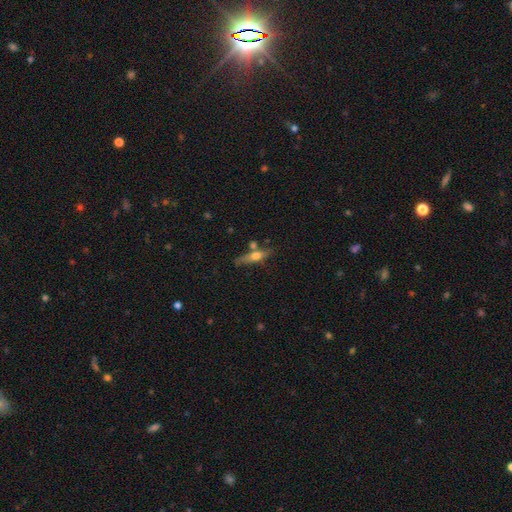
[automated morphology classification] A smooth galaxy with no disk features (47%). Merging: none (64%).